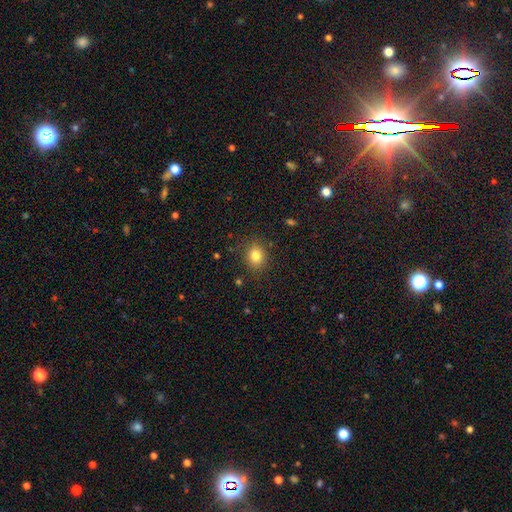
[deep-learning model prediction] Smooth or featured: smooth — 82% (star or artifact — 11%)
How rounded: round — 64% (in between — 35%)
Merging: none — 86% (minor disturbance — 10%)